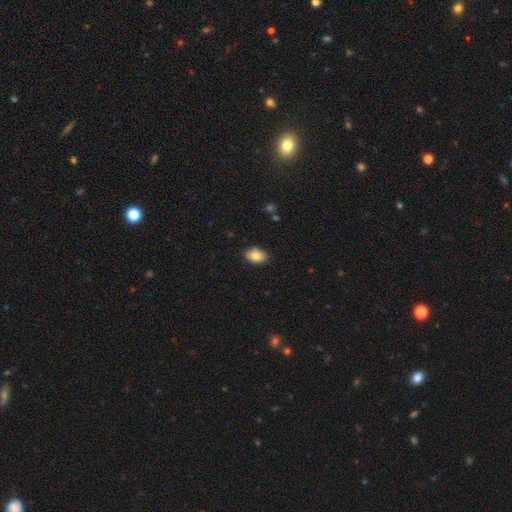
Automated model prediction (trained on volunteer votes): Overall: smooth (84%). How rounded: in between (80%). Merging: none (83%).